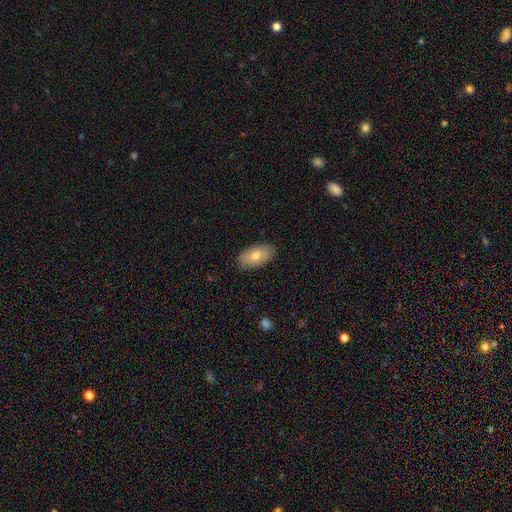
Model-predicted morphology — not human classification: Overall: smooth (72%). How rounded: in between (94%). Merging: none (87%).